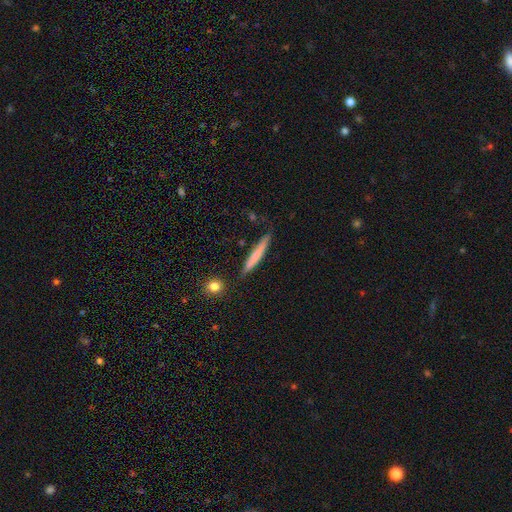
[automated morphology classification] smooth 66%, featured or disk 28%, star or artifact 6%. Down the decision tree: how rounded — cigar-shaped (95%); merging — none (85%).